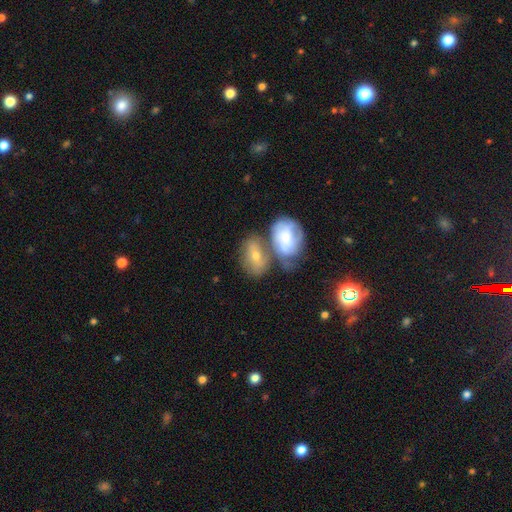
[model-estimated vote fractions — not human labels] Smooth or featured?
  - smooth: 49% *
  - featured or disk: 42%
  - star or artifact: 9%
Merging?
  - merger: 46% *
  - none: 34%
  - minor disturbance: 13%
  - major disturbance: 7%